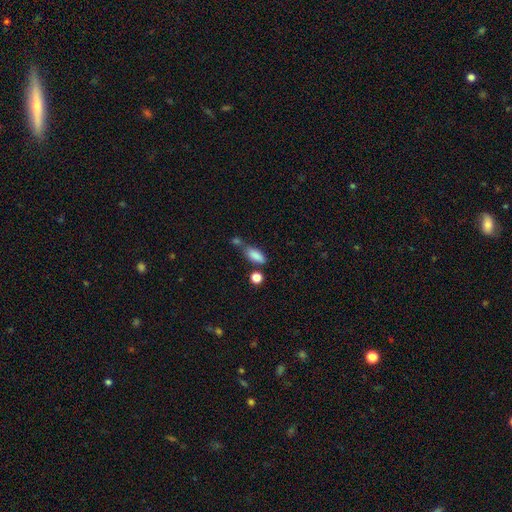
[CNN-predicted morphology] smooth-or-featured: smooth: 85% | star or artifact: 9% | featured or disk: 7%
  how-rounded: in between: 81% | cigar-shaped: 15% | round: 4%
  merging: none: 50% | merger: 25% | minor disturbance: 18% | major disturbance: 7%